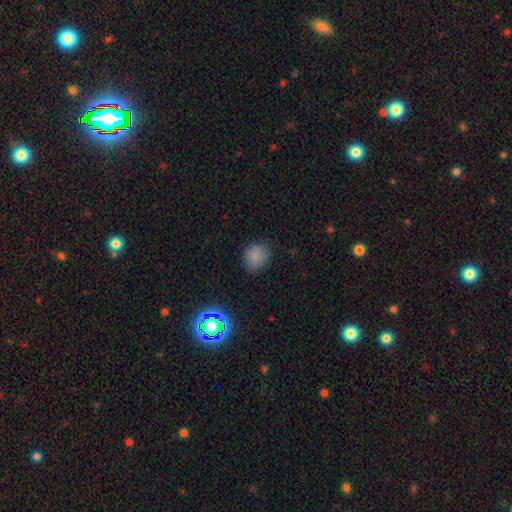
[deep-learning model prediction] Smooth or featured?
  - smooth: 81% *
  - star or artifact: 13%
  - featured or disk: 5%
How rounded?
  - round: 64% *
  - in between: 35%
  - cigar-shaped: 1%
Merging?
  - none: 78% *
  - minor disturbance: 17%
  - major disturbance: 4%
  - merger: 1%